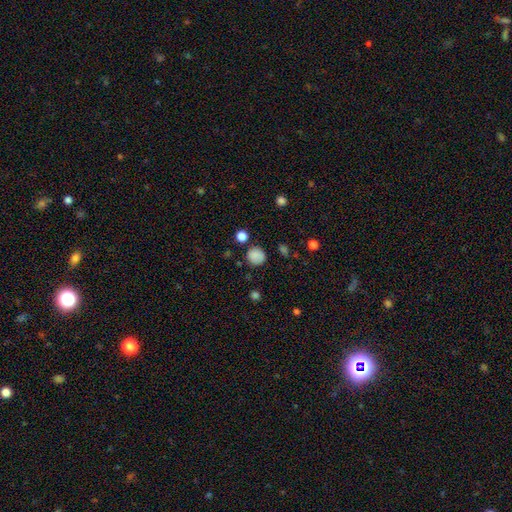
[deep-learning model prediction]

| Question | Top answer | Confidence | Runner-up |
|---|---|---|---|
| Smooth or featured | smooth | 84% | star or artifact (11%) |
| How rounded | round | 88% | in between (11%) |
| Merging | none | 81% | minor disturbance (13%) |